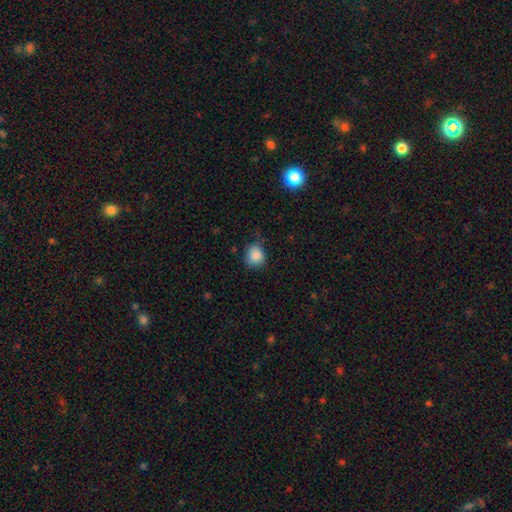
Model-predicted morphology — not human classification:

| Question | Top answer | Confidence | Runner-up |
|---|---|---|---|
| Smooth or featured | smooth | 87% | star or artifact (9%) |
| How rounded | round | 79% | in between (20%) |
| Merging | none | 71% | minor disturbance (23%) |